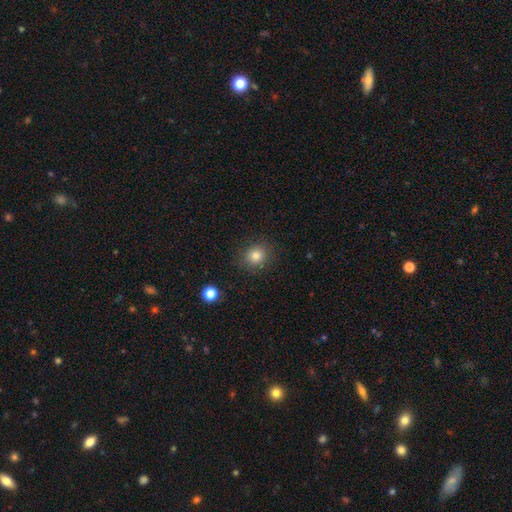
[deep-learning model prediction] Overall: smooth (82%). How rounded: round (83%). Merging: none (88%).